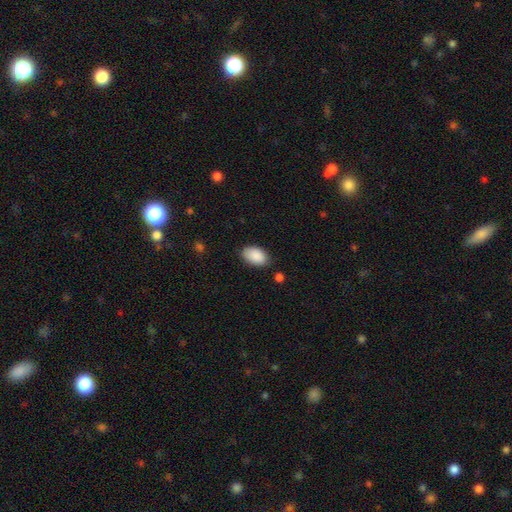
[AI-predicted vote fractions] smooth_or_featured: smooth (p=0.89) [alt: star or artifact p=0.07]
how_rounded: in between (p=0.92) [alt: round p=0.07]
merging: none (p=0.78) [alt: minor disturbance p=0.17]